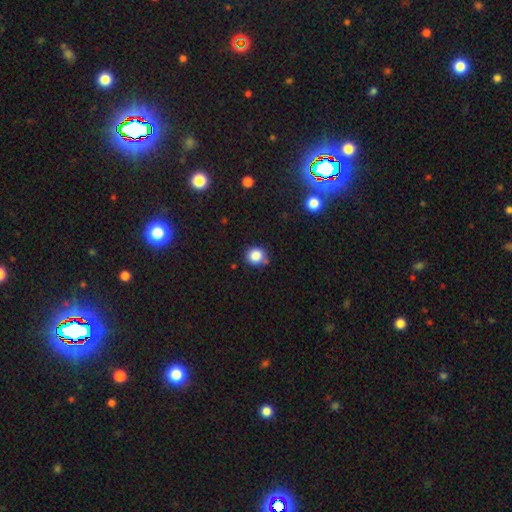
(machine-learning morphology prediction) Smooth or featured: smooth — 85% (star or artifact — 11%)
How rounded: round — 87% (in between — 12%)
Merging: none — 74% (minor disturbance — 17%)